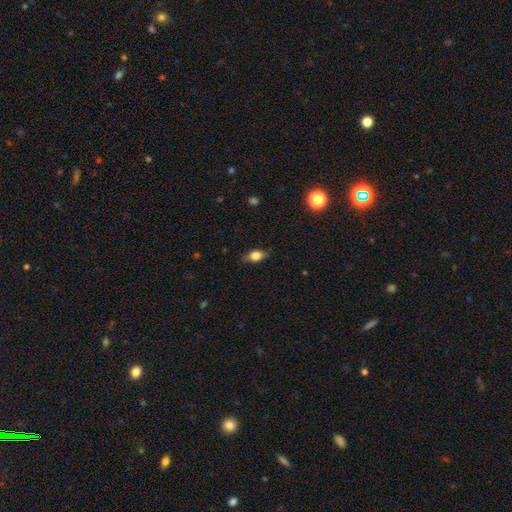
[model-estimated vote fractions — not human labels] A smooth galaxy with no disk features (76%) that is in between round and cigar-shaped (81%). Merging: none (80%).